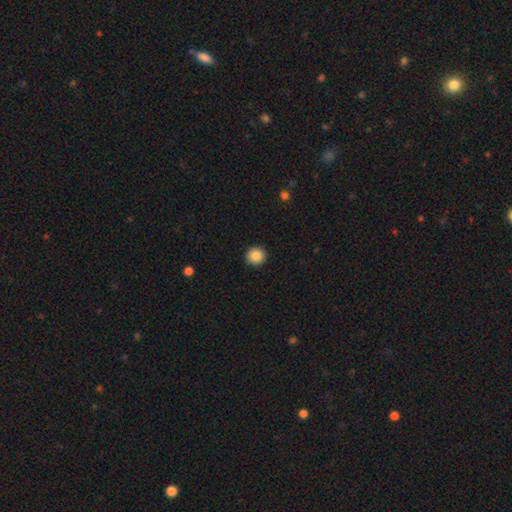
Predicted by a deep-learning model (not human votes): Smooth or featured: smooth — 88% (star or artifact — 9%)
How rounded: round — 94% (in between — 5%)
Merging: none — 92% (minor disturbance — 5%)